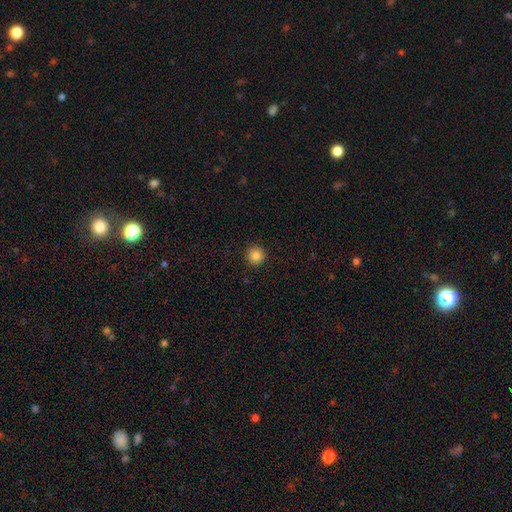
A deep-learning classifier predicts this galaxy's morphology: Smooth or featured?
  - smooth: 85% *
  - star or artifact: 11%
  - featured or disk: 5%
How rounded?
  - round: 95% *
  - in between: 4%
  - cigar-shaped: 1%
Merging?
  - none: 92% *
  - minor disturbance: 5%
  - major disturbance: 2%
  - merger: 1%